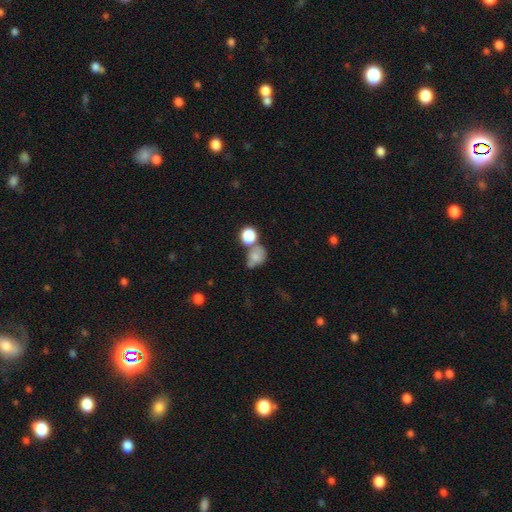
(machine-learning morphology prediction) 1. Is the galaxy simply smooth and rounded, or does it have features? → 72% smooth, 15% featured or disk, 13% star or artifact.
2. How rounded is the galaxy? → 59% round, 39% in between, 1% cigar-shaped.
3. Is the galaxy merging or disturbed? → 38% merger, 37% none, 16% minor disturbance, 9% major disturbance.